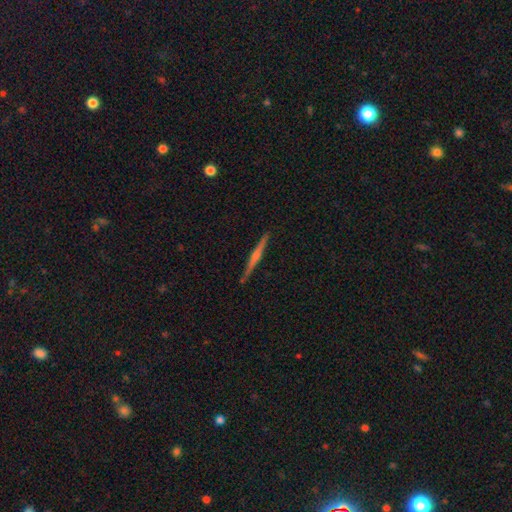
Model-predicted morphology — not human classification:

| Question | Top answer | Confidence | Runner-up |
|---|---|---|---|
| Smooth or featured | featured or disk | 69% | smooth (21%) |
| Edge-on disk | yes | 97% | no (3%) |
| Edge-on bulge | rounded | 66% | none (25%) |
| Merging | none | 91% | minor disturbance (7%) |